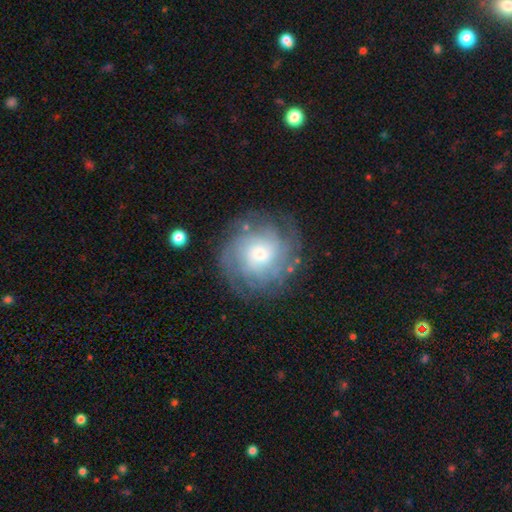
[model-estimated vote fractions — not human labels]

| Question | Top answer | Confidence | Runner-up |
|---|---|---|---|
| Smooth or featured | featured or disk | 74% | smooth (18%) |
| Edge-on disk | no | 97% | yes (3%) |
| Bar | no | 76% | weak (21%) |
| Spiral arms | yes | 91% | no (9%) |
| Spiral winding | tight | 70% | medium (23%) |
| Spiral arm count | can't tell | 46% | 4 (15%) |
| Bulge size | moderate | 49% | small (39%) |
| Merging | none | 81% | minor disturbance (12%) |